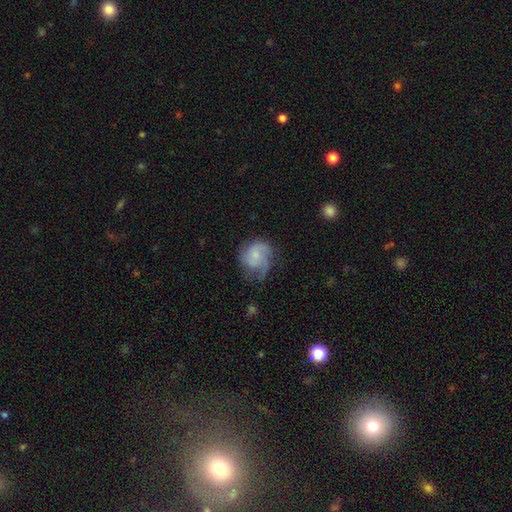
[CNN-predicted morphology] smooth-or-featured: featured or disk: 62% | smooth: 31% | star or artifact: 7%
  disk-edge-on: no: 98% | yes: 2%
    bar: no: 71% | weak: 26% | strong: 3%
    has-spiral-arms: yes: 88% | no: 12%
      spiral-winding: medium: 44% | tight: 33% | loose: 24%
      spiral-arm-count: 2: 34% | 3: 21% | can't tell: 20% | 1: 18% | 4: 4% | more than 4: 3%
    bulge-size: small: 52% | moderate: 25% | none: 18% | large: 3% | dominant: 1%
  merging: none: 47% | minor disturbance: 28% | major disturbance: 24% | merger: 2%